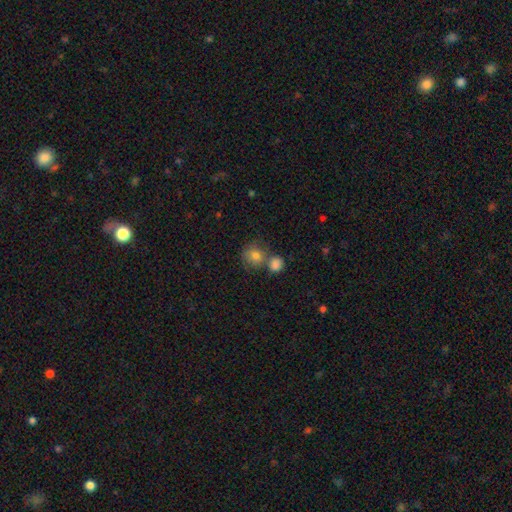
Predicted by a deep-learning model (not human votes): smooth 78%, featured or disk 11%, star or artifact 11%. Down the decision tree: how rounded — round (81%); merging — none (48%).